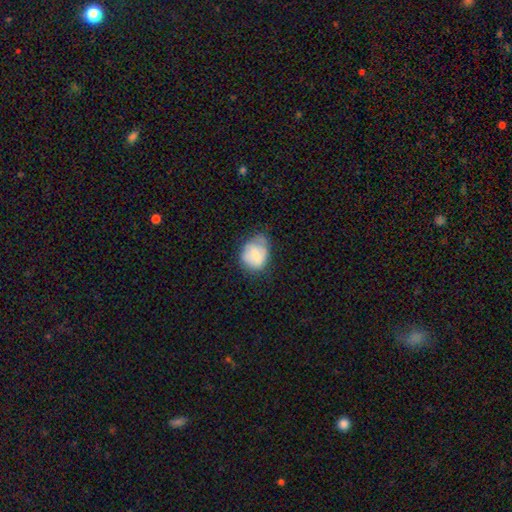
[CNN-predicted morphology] smooth-or-featured: smooth: 67% | featured or disk: 26% | star or artifact: 7%
  how-rounded: in between: 50% | round: 49% | cigar-shaped: 1%
  merging: none: 46% | minor disturbance: 38% | major disturbance: 14% | merger: 2%